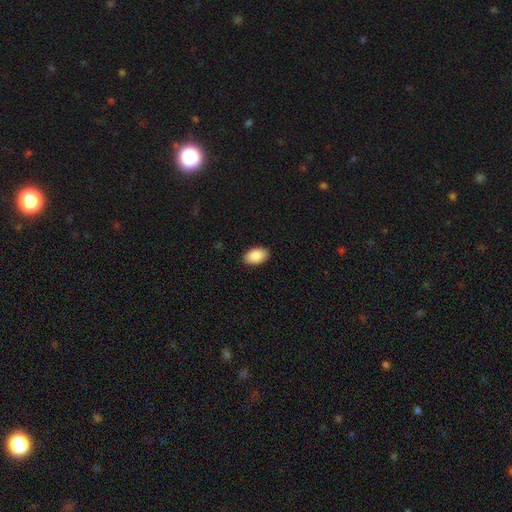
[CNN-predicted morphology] Overall: smooth (89%). How rounded: in between (93%). Merging: none (90%).